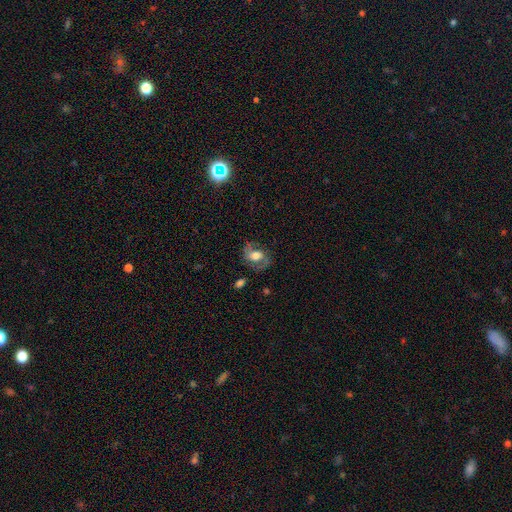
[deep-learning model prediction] featured or disk 65%, smooth 27%, star or artifact 8%. Down the decision tree: edge-on disk — no (96%); bar — no (51%); spiral arms — yes (84%); spiral arm count — 2 (86%); spiral winding — medium (50%); bulge size — moderate (51%); merging — none (68%).